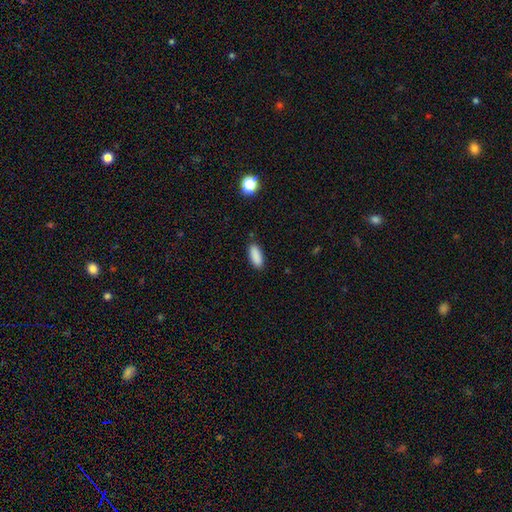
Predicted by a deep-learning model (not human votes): A smooth galaxy with no disk features (89%) that is in between round and cigar-shaped (79%).

Vote fractions:
- Smooth or featured? smooth: 89% / star or artifact: 7% / featured or disk: 4%
- How rounded? in between: 79% / cigar-shaped: 19% / round: 2%
- Merging? none: 88% / minor disturbance: 9% / major disturbance: 2% / merger: 1%